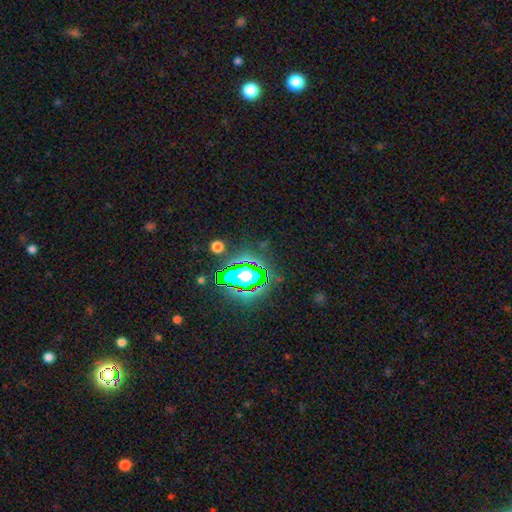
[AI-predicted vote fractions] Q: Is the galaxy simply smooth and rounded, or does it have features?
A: star or artifact — 78%.